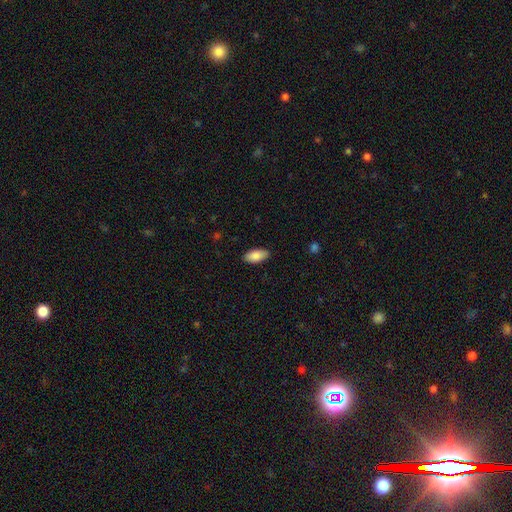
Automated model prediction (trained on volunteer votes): Morphology: type=smooth (88%); roundness=in between (92%); merging=none (87%).